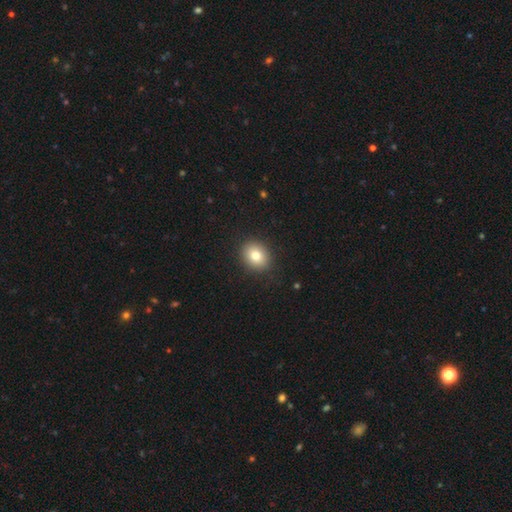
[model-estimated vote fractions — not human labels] Q: Smooth or featured?
A: smooth (80%); runner-up: featured or disk (10%)
Q: How rounded?
A: round (57%); runner-up: in between (42%)
Q: Merging?
A: none (90%); runner-up: minor disturbance (7%)